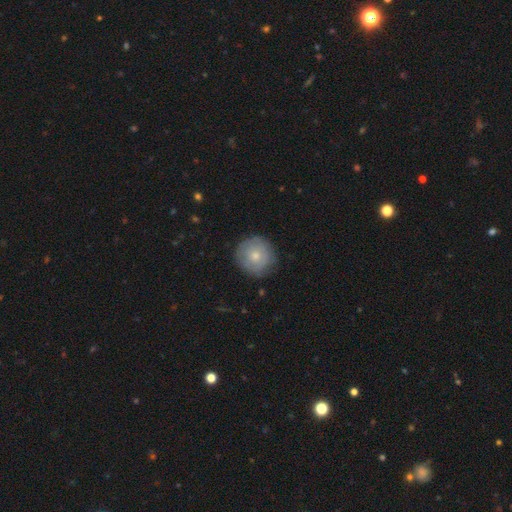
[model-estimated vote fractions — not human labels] A smooth galaxy with no disk features (69%) that is round (95%). Merging: none (84%).